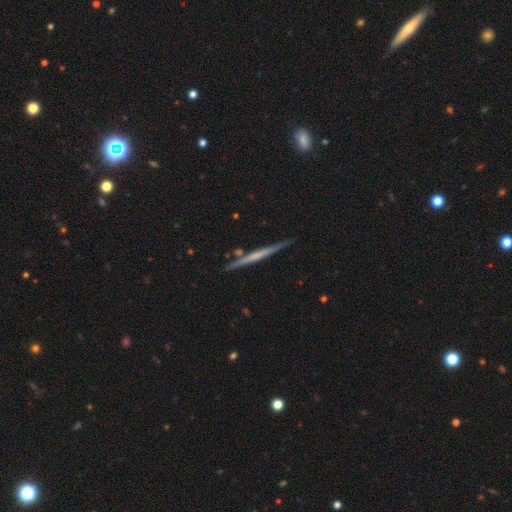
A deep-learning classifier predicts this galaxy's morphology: Q: Smooth or featured?
A: featured or disk (59%); runner-up: smooth (35%)
Q: Edge-on disk?
A: yes (98%); runner-up: no (2%)
Q: Edge-on bulge?
A: none (81%); runner-up: rounded (12%)
Q: Merging?
A: none (86%); runner-up: minor disturbance (9%)